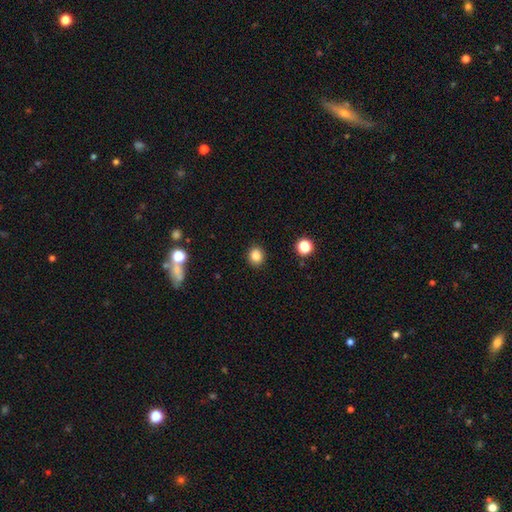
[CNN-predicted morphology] A smooth galaxy with no disk features (84%) that is round (73%). Merging: none (91%).